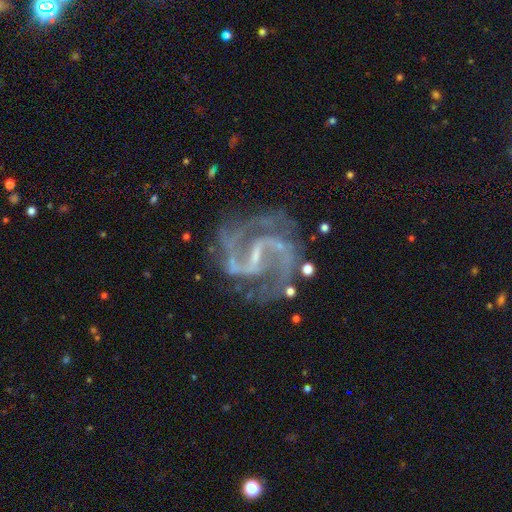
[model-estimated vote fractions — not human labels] Overall: featured or disk (92%). Edge-on disk: no (98%). Bar: weak (44%; strong 43%). Spiral arms: yes (98%). Spiral arm count: 2 (90%). Spiral winding: medium (62%). Bulge size: small (64%; none 26%). Merging: none (70%).